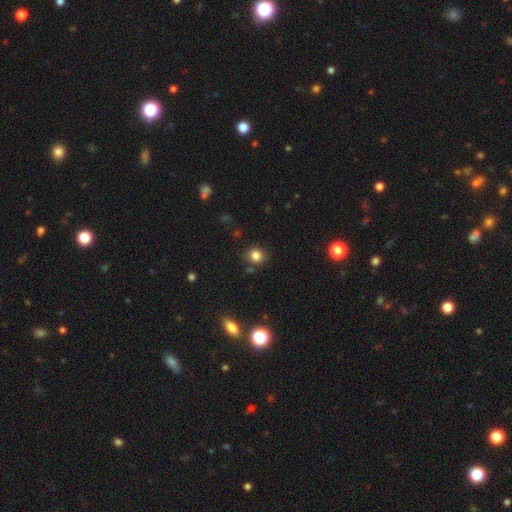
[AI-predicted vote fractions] smooth 82%, star or artifact 13%, featured or disk 5%. Down the decision tree: how rounded — round (87%); merging — none (84%).